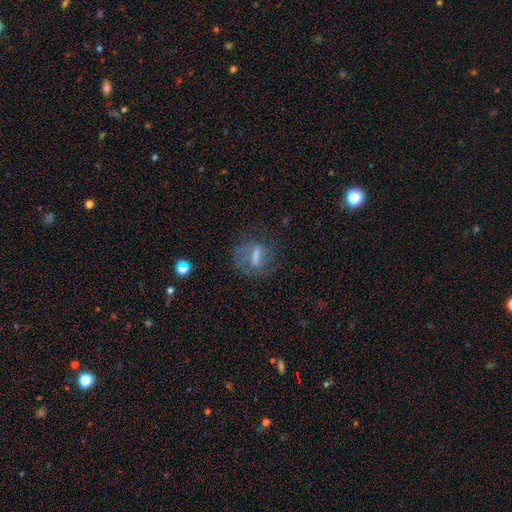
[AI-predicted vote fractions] smooth_or_featured: featured or disk (p=0.47) [alt: smooth p=0.37]
merging: none (p=0.63) [alt: minor disturbance p=0.18]